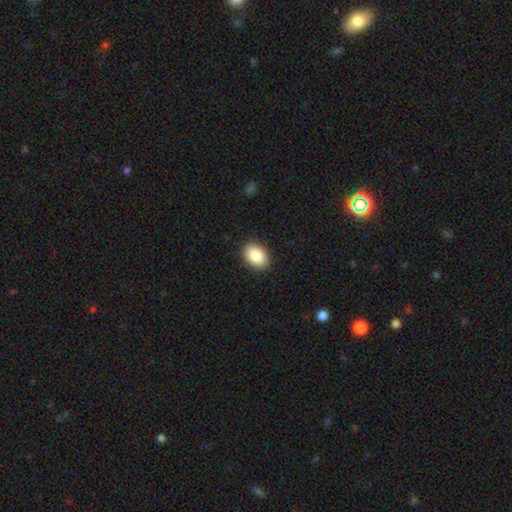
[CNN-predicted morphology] The model was most divided on "how rounded": in between: 81%, round: 18%, cigar-shaped: 1%. More confident: merging — none (89%); smooth or featured — smooth (87%).